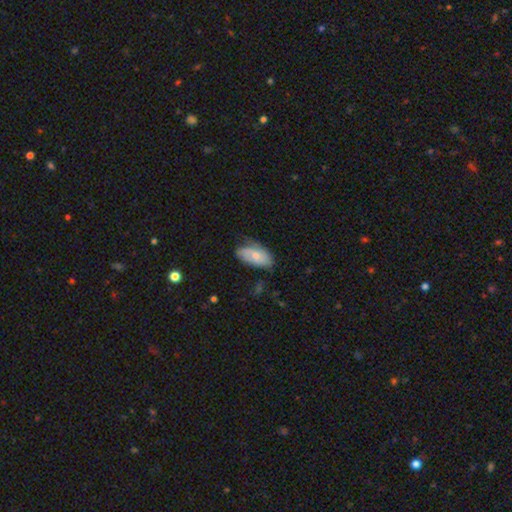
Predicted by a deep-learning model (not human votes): Smooth or featured: smooth — 63% (featured or disk — 31%)
How rounded: in between — 92% (cigar-shaped — 4%)
Merging: none — 59% (minor disturbance — 32%)